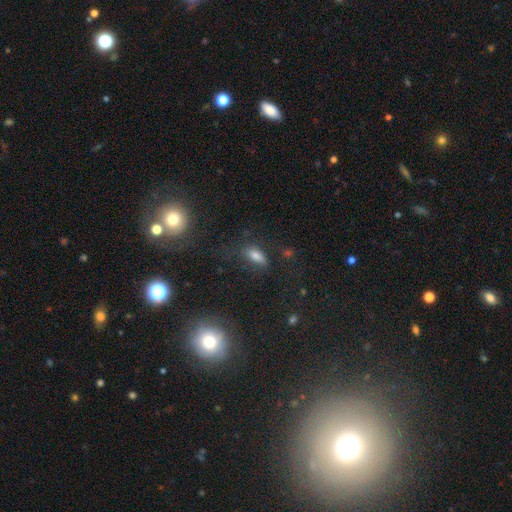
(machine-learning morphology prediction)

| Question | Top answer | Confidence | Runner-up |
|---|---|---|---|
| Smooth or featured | smooth | 69% | star or artifact (18%) |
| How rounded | in between | 74% | cigar-shaped (16%) |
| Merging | none | 72% | minor disturbance (16%) |